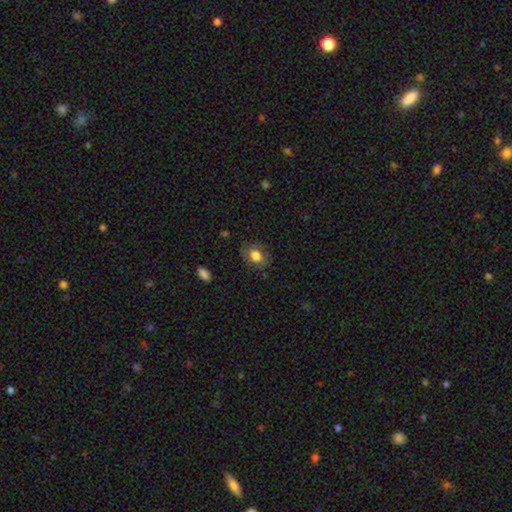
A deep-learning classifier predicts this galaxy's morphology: Q: Smooth or featured?
A: smooth (71%); runner-up: featured or disk (21%)
Q: How rounded?
A: in between (59%); runner-up: round (39%)
Q: Merging?
A: none (77%); runner-up: minor disturbance (16%)